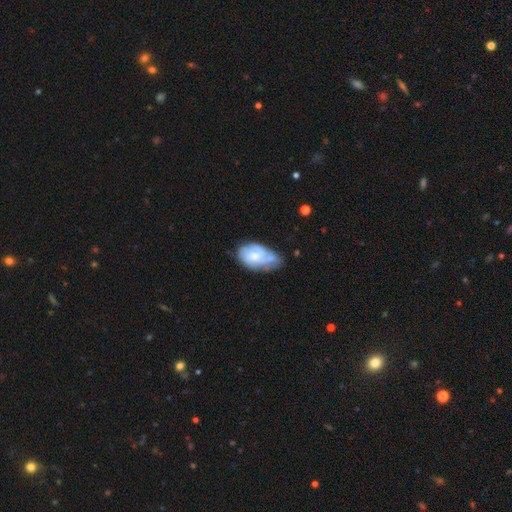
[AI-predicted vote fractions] Smooth or featured? featured or disk (55%)
Edge-on disk? no (97%)
Bar? no (59%)
Spiral arms? yes (70%)
Bulge size? small (41%)
Merging? minor disturbance (38%, tied with none)